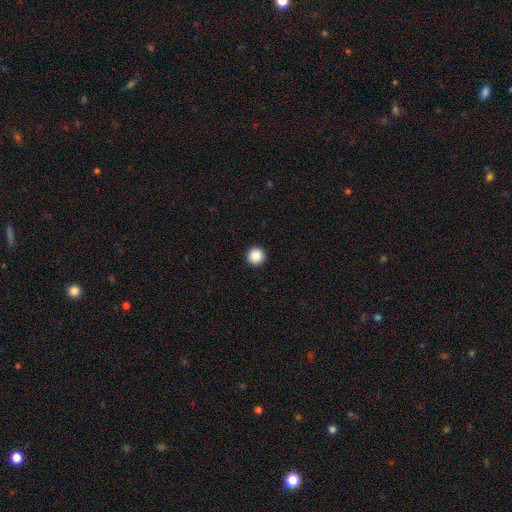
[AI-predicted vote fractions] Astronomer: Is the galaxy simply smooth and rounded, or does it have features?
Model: smooth — 87%.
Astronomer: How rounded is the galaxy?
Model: round — 97%.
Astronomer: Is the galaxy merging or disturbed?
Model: none — 94%.